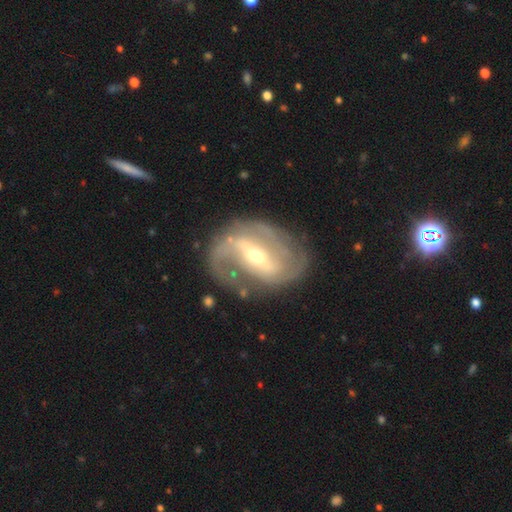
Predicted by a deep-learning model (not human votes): Smooth or featured? featured or disk (88%)
Edge-on disk? no (96%)
Bar? strong (57%)
Spiral arms? yes (93%)
Spiral winding? medium (46%)
Spiral arm count? 2 (77%)
Bulge size? moderate (53%)
Merging? none (72%)